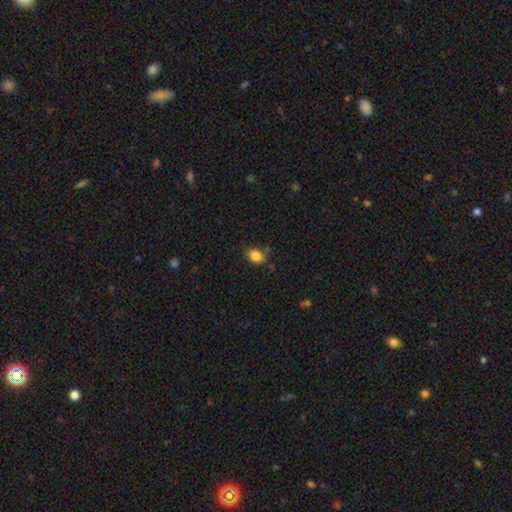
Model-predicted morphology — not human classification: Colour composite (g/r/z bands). It shows a smooth galaxy with no disk features (84%) that is in between round and cigar-shaped (58%). Merging: none (74%).